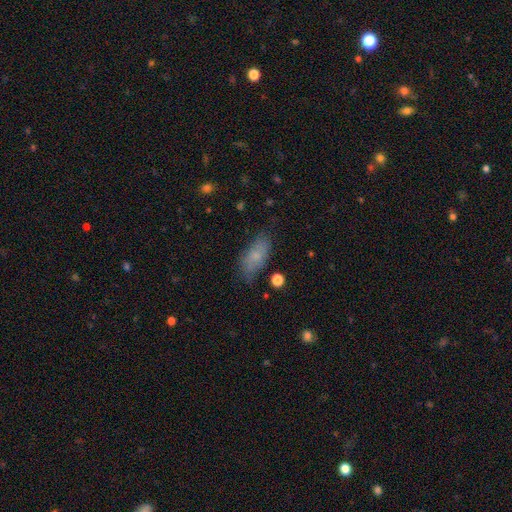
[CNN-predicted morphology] The model was most divided on "merging": none: 71%, minor disturbance: 21%, major disturbance: 6%, merger: 2%. More confident: how rounded — in between (84%); smooth or featured — smooth (72%).